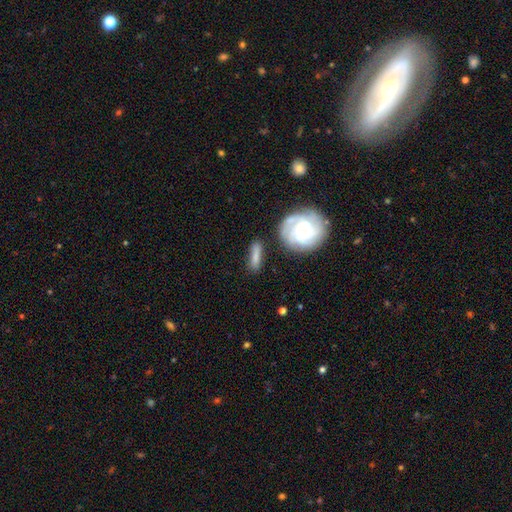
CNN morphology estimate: Q: Smooth or featured?
A: smooth (64%); runner-up: featured or disk (28%)
Q: How rounded?
A: cigar-shaped (57%); runner-up: in between (38%)
Q: Merging?
A: none (70%); runner-up: minor disturbance (16%)